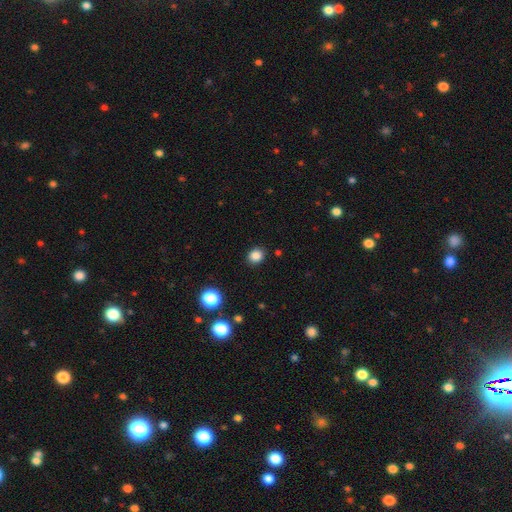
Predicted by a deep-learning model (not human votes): Morphology: type=smooth (85%); roundness=round (72%); merging=none (90%).